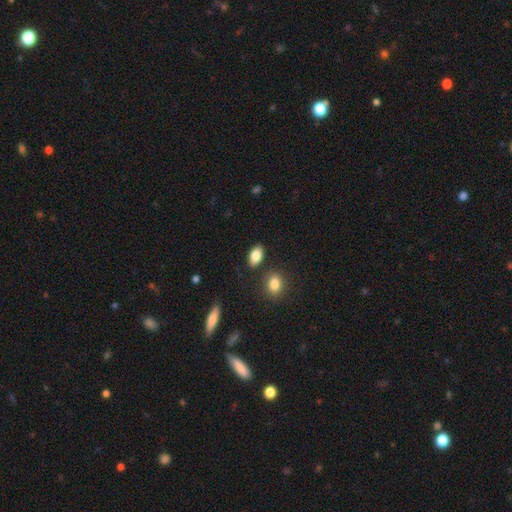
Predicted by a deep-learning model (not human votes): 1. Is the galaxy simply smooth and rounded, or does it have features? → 85% smooth, 8% featured or disk, 8% star or artifact.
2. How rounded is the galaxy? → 91% in between, 7% round, 2% cigar-shaped.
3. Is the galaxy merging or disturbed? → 83% none, 10% minor disturbance, 5% merger, 2% major disturbance.